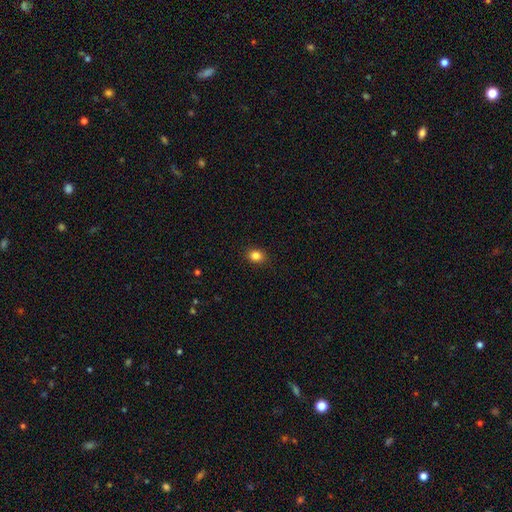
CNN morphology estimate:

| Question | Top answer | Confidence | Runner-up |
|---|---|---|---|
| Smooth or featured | smooth | 84% | star or artifact (11%) |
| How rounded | round | 54% | in between (45%) |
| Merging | none | 90% | minor disturbance (7%) |